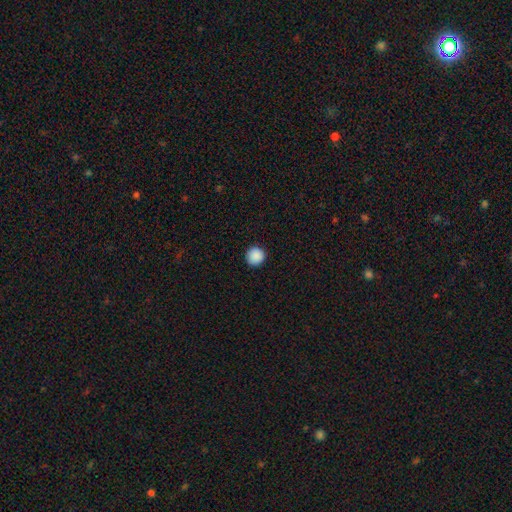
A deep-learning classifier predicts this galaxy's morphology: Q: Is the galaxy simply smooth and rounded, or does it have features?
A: smooth — 89%.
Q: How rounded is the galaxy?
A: round — 95%.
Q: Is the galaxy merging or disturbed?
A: none — 92%.